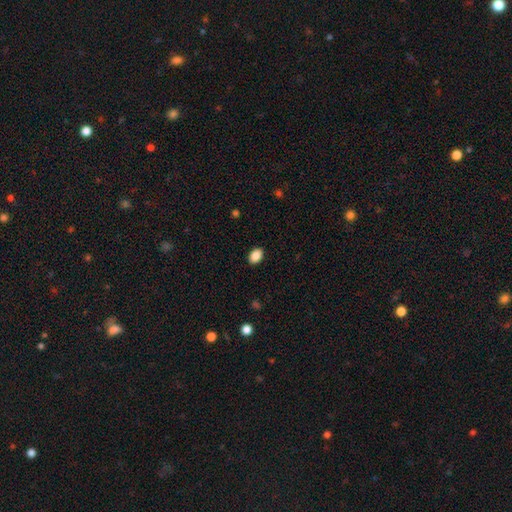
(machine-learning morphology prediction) The model was most divided on "how rounded": in between: 81%, round: 17%, cigar-shaped: 1%. More confident: merging — none (89%); smooth or featured — smooth (89%).